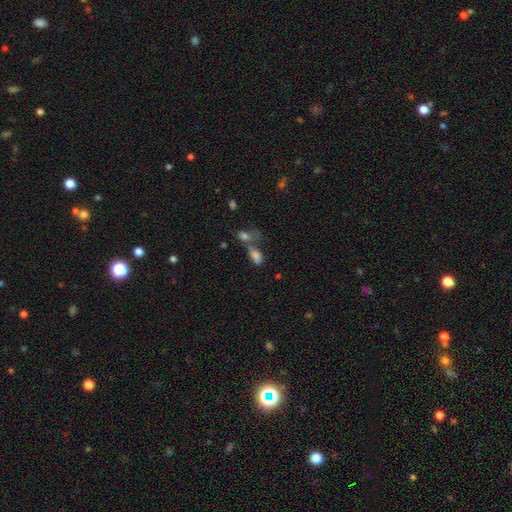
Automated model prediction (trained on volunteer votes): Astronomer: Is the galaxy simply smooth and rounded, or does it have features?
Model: smooth — 76%.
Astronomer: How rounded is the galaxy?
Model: in between — 86%.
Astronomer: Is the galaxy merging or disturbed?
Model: merger — 51%.